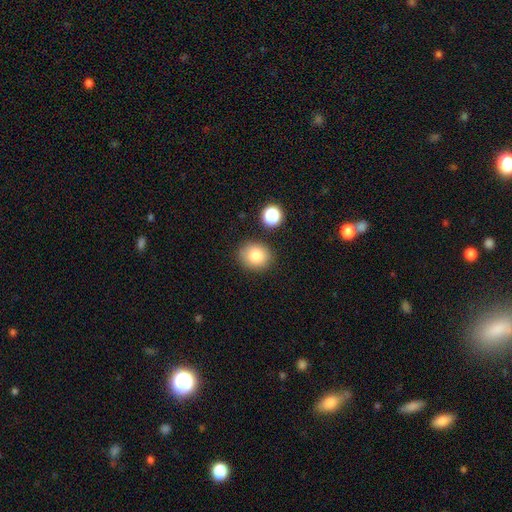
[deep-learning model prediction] Smooth or featured?
  - smooth: 82% *
  - star or artifact: 10%
  - featured or disk: 8%
How rounded?
  - round: 70% *
  - in between: 30%
  - cigar-shaped: 1%
Merging?
  - none: 83% *
  - minor disturbance: 10%
  - merger: 4%
  - major disturbance: 3%